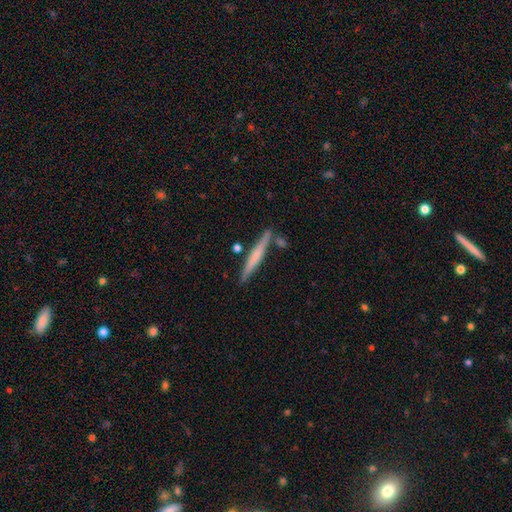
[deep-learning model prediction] smooth-or-featured: featured or disk: 50% | smooth: 44% | star or artifact: 6%
  disk-edge-on: yes: 97% | no: 3%
  merging: none: 82% | minor disturbance: 10% | merger: 6% | major disturbance: 2%